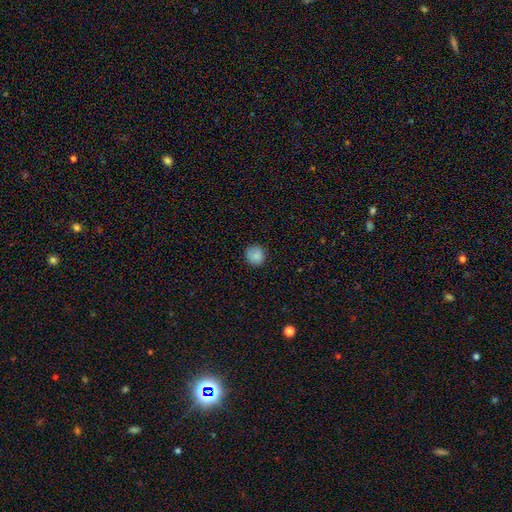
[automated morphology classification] This is clearly a smooth galaxy (85%). How rounded: clearly round (91%). Merging: clearly none (87%).